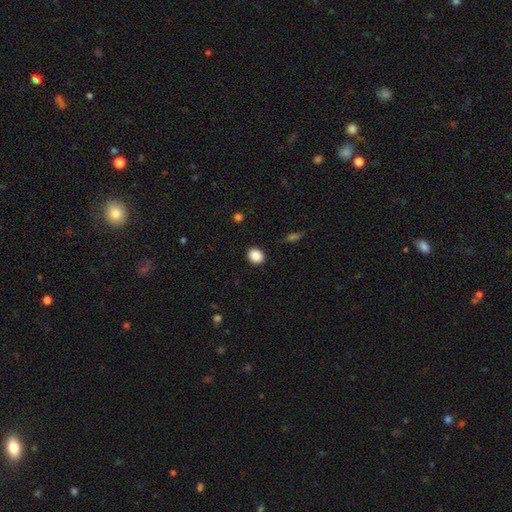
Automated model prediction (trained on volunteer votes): A smooth galaxy with no disk features (89%) that is round (60%). Merging: none (90%).